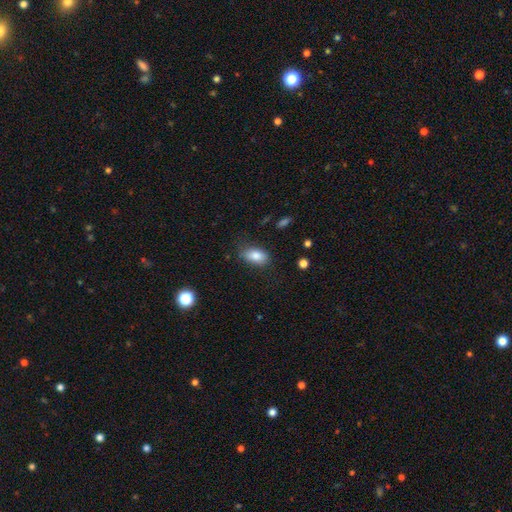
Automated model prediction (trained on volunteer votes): smooth_or_featured: smooth (p=0.85) [alt: star or artifact p=0.08]
how_rounded: in between (p=0.89) [alt: round p=0.08]
merging: none (p=0.76) [alt: minor disturbance p=0.18]